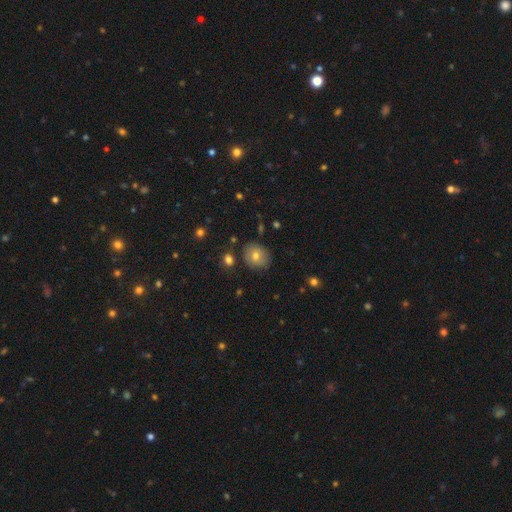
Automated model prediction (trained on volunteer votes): Smooth or featured? smooth (71%)
How rounded? round (72%)
Merging? none (82%)